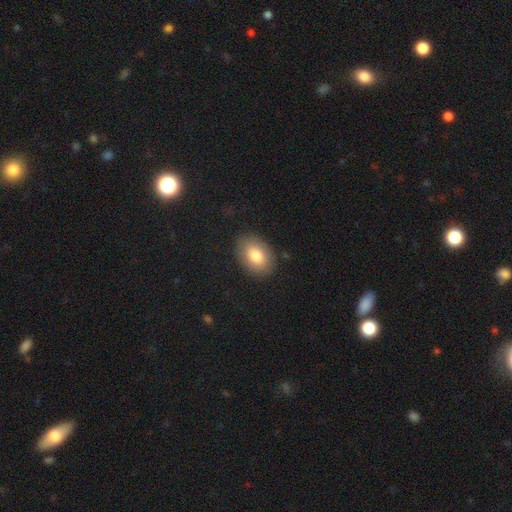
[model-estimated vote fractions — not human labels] Morphology: type=smooth (82%); roundness=in between (84%); merging=none (84%).